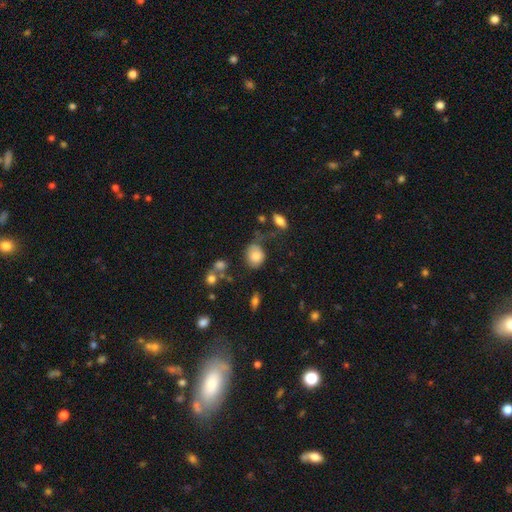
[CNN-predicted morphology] Smooth or featured? smooth (80%)
How rounded? round (50%)
Merging? none (51%)